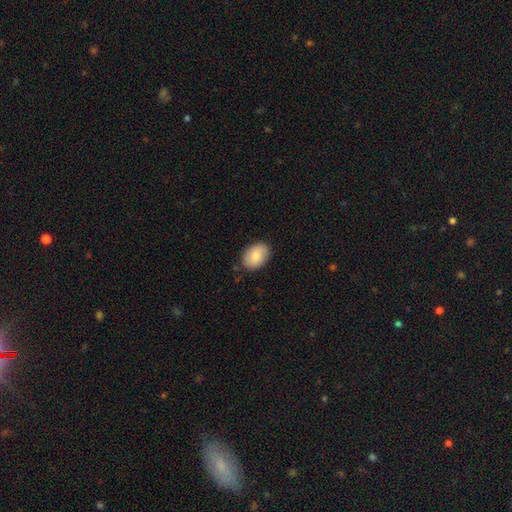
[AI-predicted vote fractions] The model was most divided on "how rounded": in between: 82%, round: 17%, cigar-shaped: 1%. More confident: merging — none (85%); smooth or featured — smooth (84%).